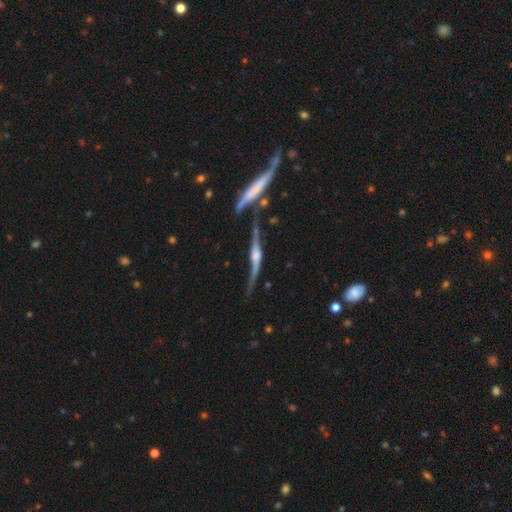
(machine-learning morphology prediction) This is clearly a featured or disk galaxy (85%). It is clearly viewed edge-on (85%). Edge-on bulge: clearly rounded (83%). Merging: possibly none (54%).